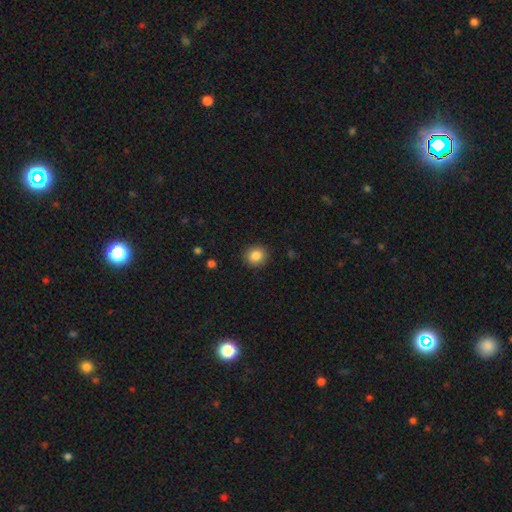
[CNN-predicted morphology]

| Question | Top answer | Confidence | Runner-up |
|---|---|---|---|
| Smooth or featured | smooth | 86% | star or artifact (9%) |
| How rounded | round | 81% | in between (18%) |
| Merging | none | 91% | minor disturbance (6%) |